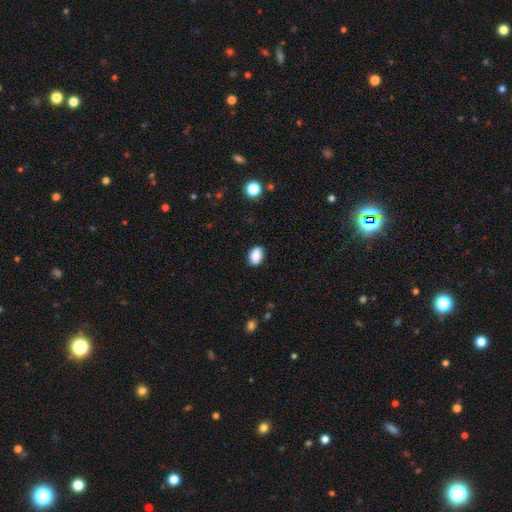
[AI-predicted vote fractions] Q: Smooth or featured?
A: smooth (89%); runner-up: star or artifact (8%)
Q: How rounded?
A: in between (81%); runner-up: round (18%)
Q: Merging?
A: none (85%); runner-up: minor disturbance (12%)